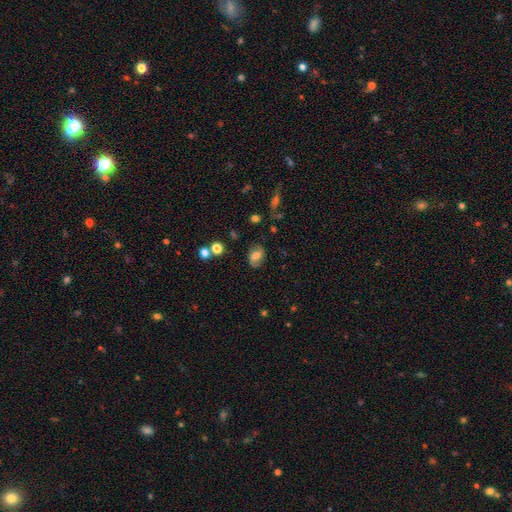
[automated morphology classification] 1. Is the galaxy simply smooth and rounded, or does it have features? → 53% smooth, 36% featured or disk, 10% star or artifact.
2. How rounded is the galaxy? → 72% in between, 26% round, 2% cigar-shaped.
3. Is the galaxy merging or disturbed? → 75% none, 16% minor disturbance, 6% major disturbance, 3% merger.